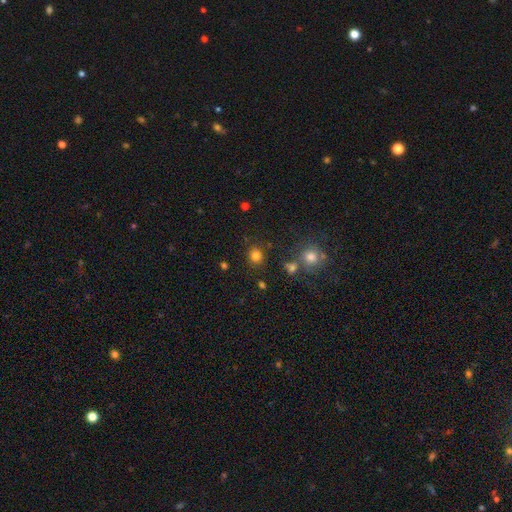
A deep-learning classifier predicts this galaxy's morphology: This is clearly a smooth galaxy (80%). How rounded: clearly round (84%). Merging: clearly none (85%).